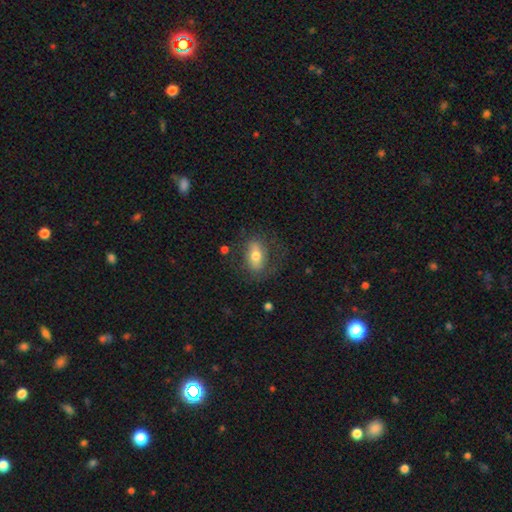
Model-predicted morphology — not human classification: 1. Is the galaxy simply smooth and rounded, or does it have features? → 62% smooth, 30% featured or disk, 8% star or artifact.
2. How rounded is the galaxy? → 84% in between, 10% round, 6% cigar-shaped.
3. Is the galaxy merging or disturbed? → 68% none, 18% minor disturbance, 12% major disturbance, 2% merger.